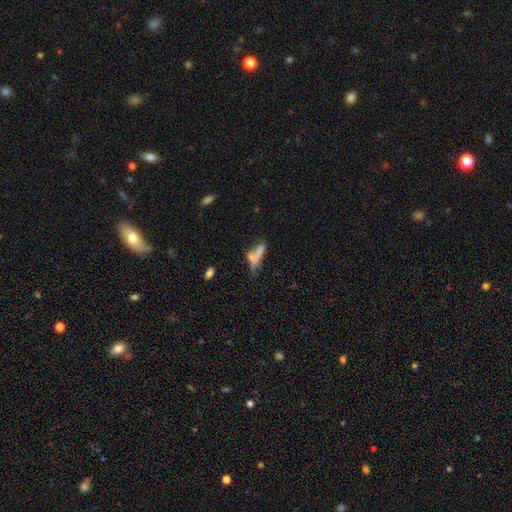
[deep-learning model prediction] smooth 57%, featured or disk 29%, star or artifact 14%. Down the decision tree: how rounded — cigar-shaped (61%); merging — merger (36%).